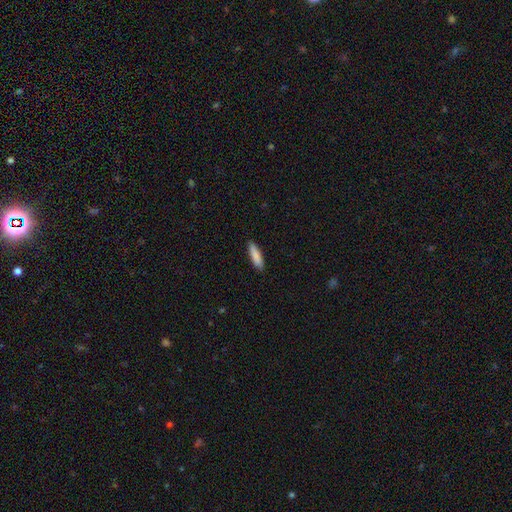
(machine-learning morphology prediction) Smooth or featured?
  - smooth: 86% *
  - featured or disk: 8%
  - star or artifact: 6%
How rounded?
  - cigar-shaped: 70% *
  - in between: 29%
  - round: 1%
Merging?
  - none: 89% *
  - minor disturbance: 8%
  - major disturbance: 2%
  - merger: 1%